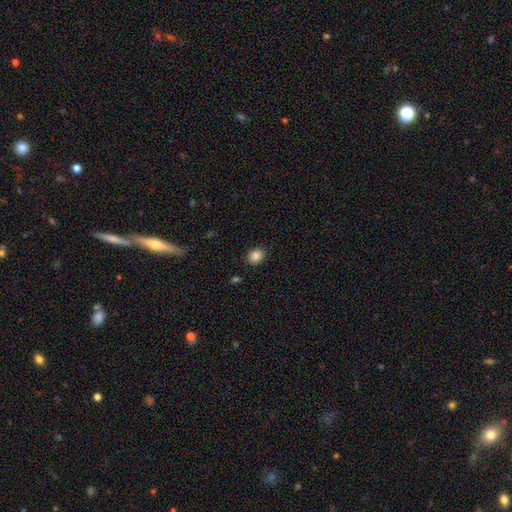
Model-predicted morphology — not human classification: Smooth or featured? Predicted: smooth (p=0.86). How rounded? Predicted: round (p=0.52). Merging? Predicted: none (p=0.88).